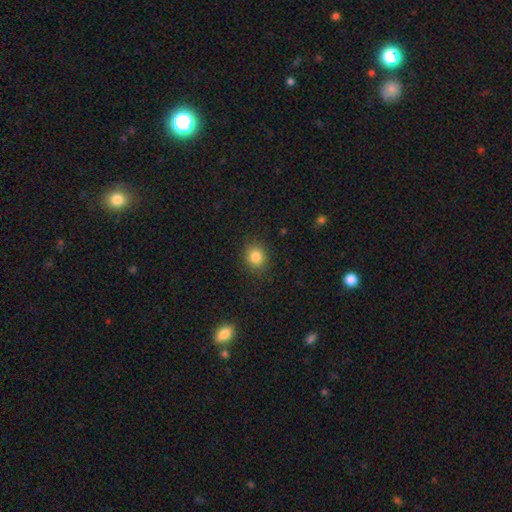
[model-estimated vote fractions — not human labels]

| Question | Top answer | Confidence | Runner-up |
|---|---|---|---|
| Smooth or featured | smooth | 84% | star or artifact (11%) |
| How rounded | round | 78% | in between (21%) |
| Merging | none | 89% | minor disturbance (8%) |